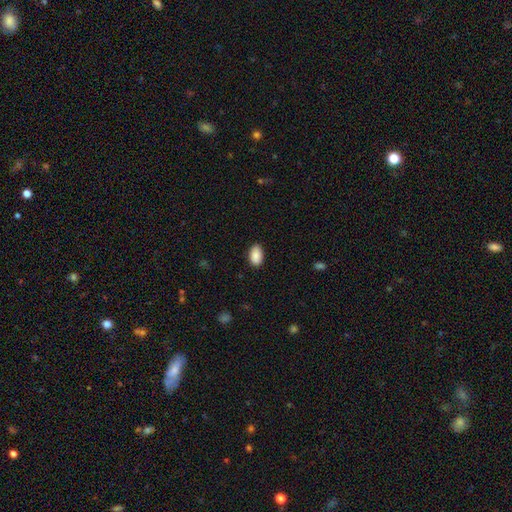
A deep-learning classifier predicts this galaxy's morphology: Smooth or featured? smooth (90%)
How rounded? in between (93%)
Merging? none (86%)